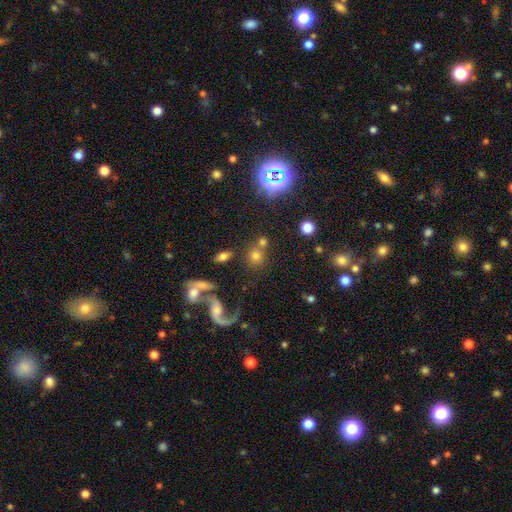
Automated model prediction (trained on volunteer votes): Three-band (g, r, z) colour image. It shows a smooth galaxy with no disk features (66%) that is round (84%). Merging: none (58%).